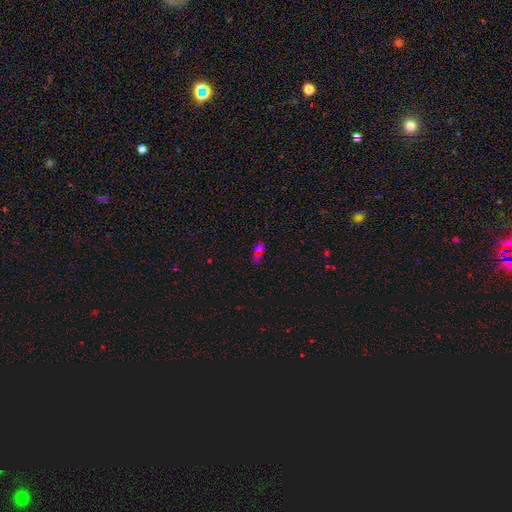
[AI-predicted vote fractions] Morphology: type=smooth (46%); merging=none (54%).